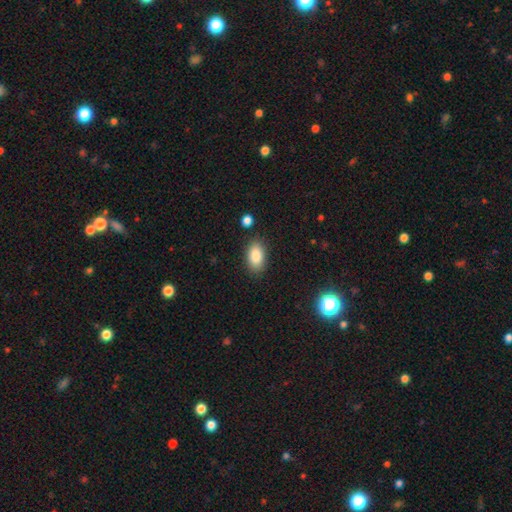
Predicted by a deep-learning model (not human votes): A smooth galaxy with no disk features (86%) that is in between round and cigar-shaped (92%). Merging: none (85%).